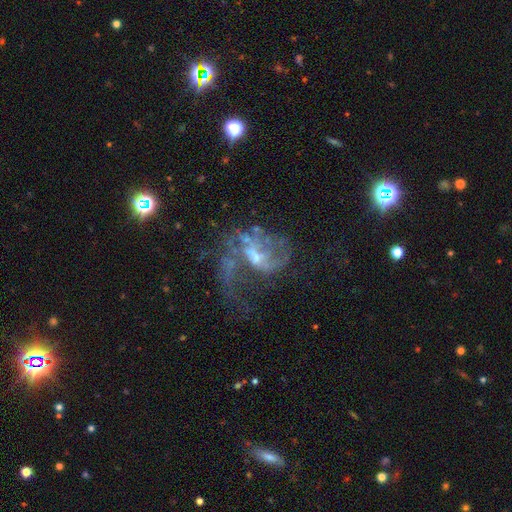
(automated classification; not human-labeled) Smooth or featured?
  - featured or disk: 76% *
  - star or artifact: 13%
  - smooth: 11%
Edge-on disk?
  - no: 98% *
  - yes: 2%
Bar?
  - no: 55% *
  - weak: 36%
  - strong: 9%
Spiral arms?
  - yes: 62% *
  - no: 38%
Bulge size?
  - small: 44% *
  - moderate: 27%
  - none: 25%
  - large: 3%
  - dominant: 1%
Merging?
  - major disturbance: 47% *
  - none: 29%
  - minor disturbance: 14%
  - merger: 10%